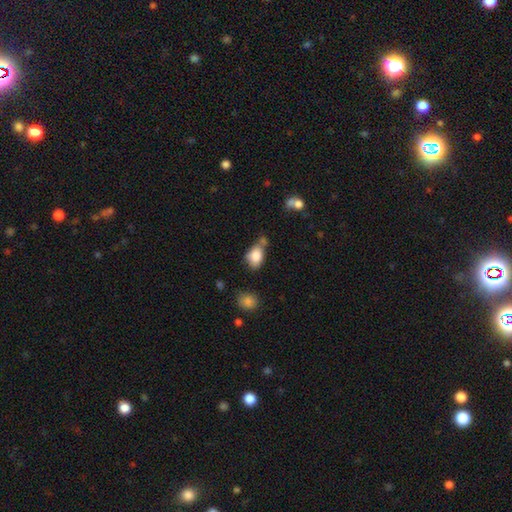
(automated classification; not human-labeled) This is clearly a smooth galaxy (80%). How rounded: likely in between (78%). Merging: marginally none (37%).